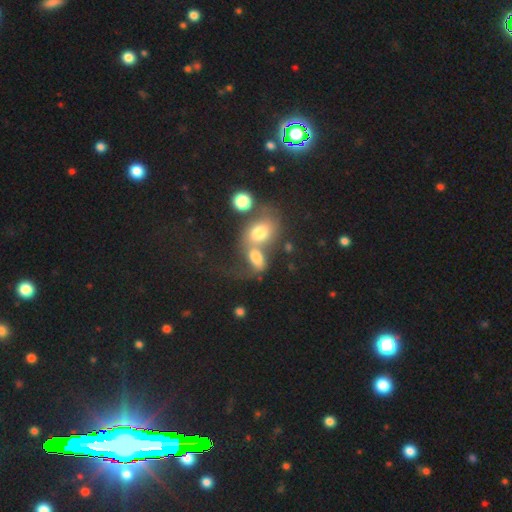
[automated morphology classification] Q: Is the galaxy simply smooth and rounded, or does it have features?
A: smooth — 65%.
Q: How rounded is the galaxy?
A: in between — 74%.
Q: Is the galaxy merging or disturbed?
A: merger — 67%.